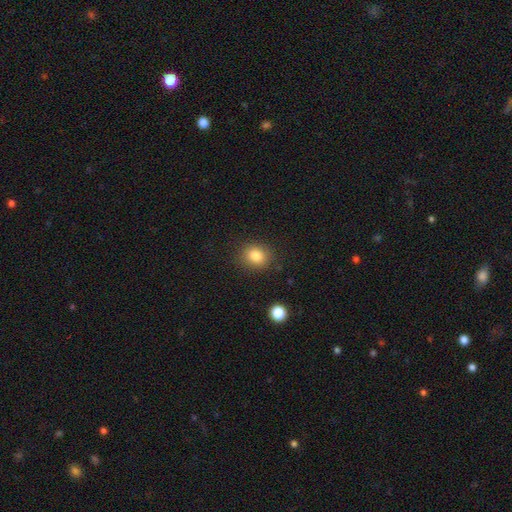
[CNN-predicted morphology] The model was most divided on "how rounded": round: 69%, in between: 30%, cigar-shaped: 1%. More confident: merging — none (86%); smooth or featured — smooth (83%).